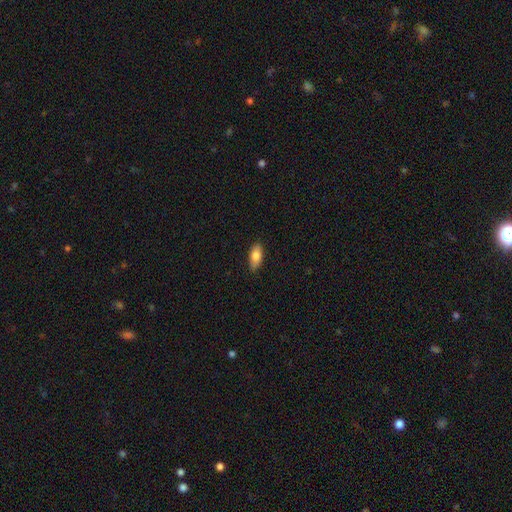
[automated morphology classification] Smooth or featured?
  - smooth: 81% *
  - featured or disk: 12%
  - star or artifact: 6%
How rounded?
  - in between: 86% *
  - cigar-shaped: 11%
  - round: 3%
Merging?
  - none: 86% *
  - minor disturbance: 11%
  - major disturbance: 2%
  - merger: 1%